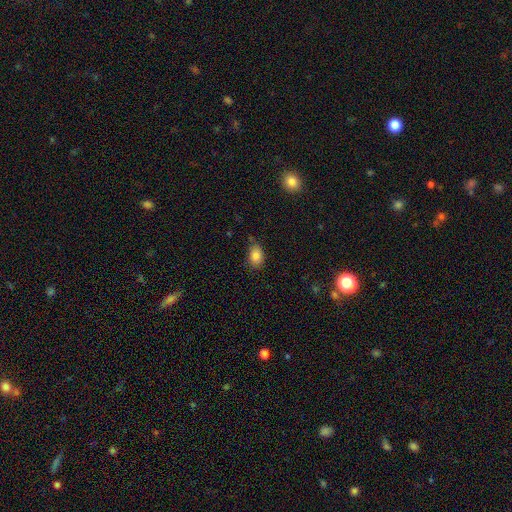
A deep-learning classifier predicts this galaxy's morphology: Smooth or featured?
  - smooth: 85% *
  - star or artifact: 9%
  - featured or disk: 6%
How rounded?
  - in between: 80% *
  - round: 19%
  - cigar-shaped: 1%
Merging?
  - none: 72% *
  - minor disturbance: 22%
  - major disturbance: 4%
  - merger: 3%